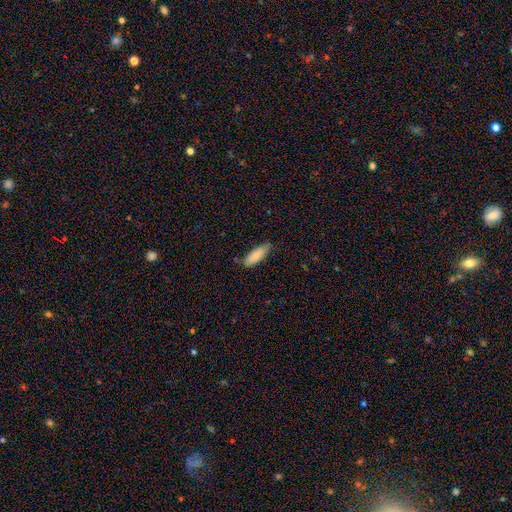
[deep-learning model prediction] smooth 83%, featured or disk 11%, star or artifact 6%. Down the decision tree: how rounded — in between (64%); merging — none (72%).